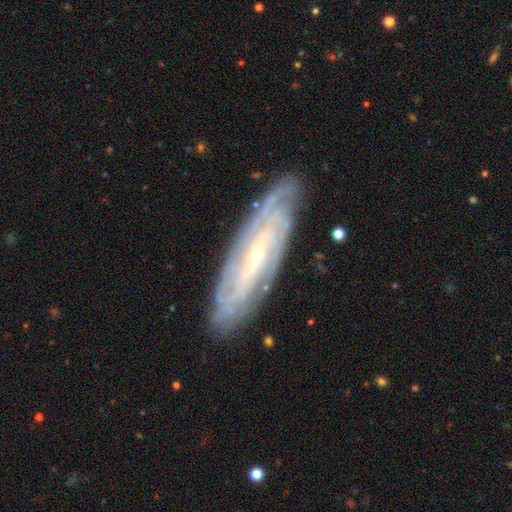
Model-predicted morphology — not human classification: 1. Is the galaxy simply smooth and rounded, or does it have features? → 84% featured or disk, 10% smooth, 6% star or artifact.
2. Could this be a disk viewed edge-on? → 81% no, 19% yes.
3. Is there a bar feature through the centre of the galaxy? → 44% no, 35% weak, 21% strong.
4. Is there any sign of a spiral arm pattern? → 95% yes, 5% no.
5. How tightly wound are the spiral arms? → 75% tight, 20% medium, 5% loose.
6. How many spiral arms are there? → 41% can't tell, 17% 4, 13% 2, 13% 3, 10% more than 4, 6% 1.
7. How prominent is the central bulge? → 82% small, 13% moderate, 2% none, 1% large, 1% dominant.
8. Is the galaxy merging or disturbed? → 83% none, 13% minor disturbance, 3% major disturbance, 1% merger.